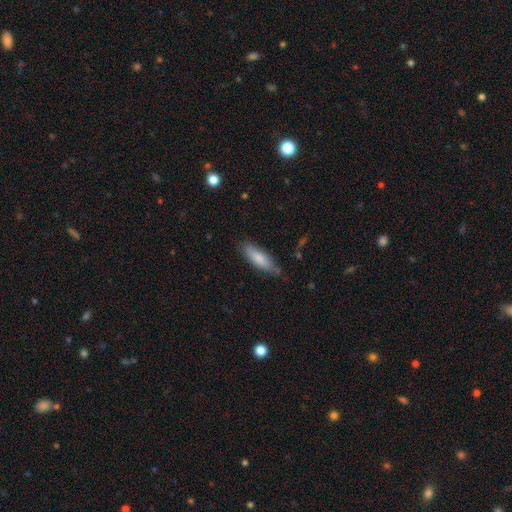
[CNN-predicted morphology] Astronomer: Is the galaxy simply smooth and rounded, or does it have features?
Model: smooth — 74%.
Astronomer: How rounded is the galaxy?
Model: cigar-shaped — 54% (runner-up: in between, 44%).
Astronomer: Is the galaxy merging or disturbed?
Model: none — 79%.